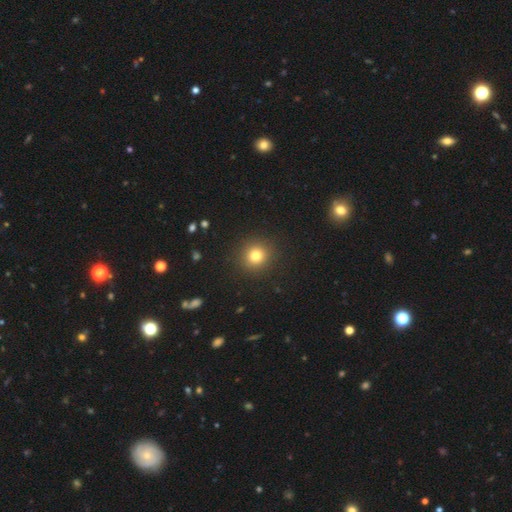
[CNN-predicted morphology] The model was most divided on "smooth or featured": smooth: 79%, star or artifact: 14%, featured or disk: 7%. More confident: how rounded — round (91%); merging — none (91%).